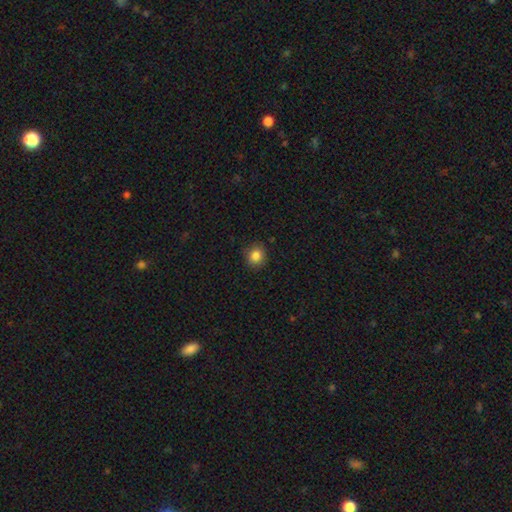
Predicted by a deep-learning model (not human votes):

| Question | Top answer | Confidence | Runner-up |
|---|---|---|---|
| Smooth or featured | smooth | 85% | star or artifact (11%) |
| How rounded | round | 82% | in between (17%) |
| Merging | none | 88% | minor disturbance (9%) |